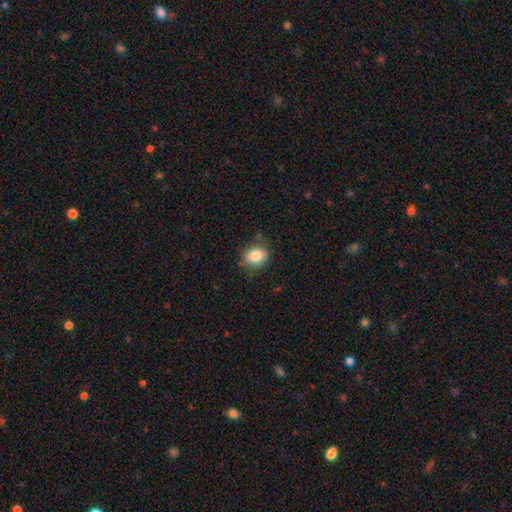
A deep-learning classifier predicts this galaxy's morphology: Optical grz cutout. It shows a smooth galaxy with no disk features (84%) that is round (50%). Merging: none (77%).